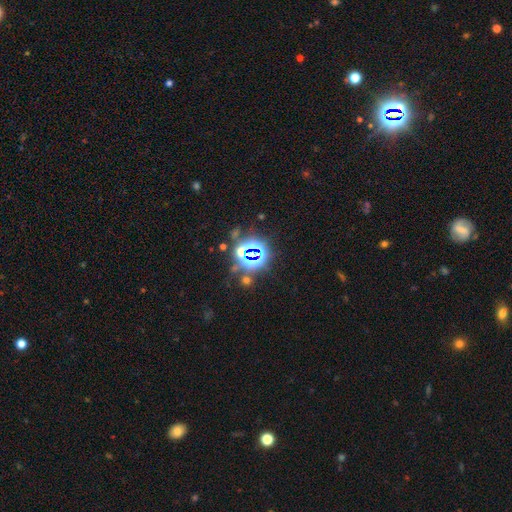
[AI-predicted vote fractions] Overall: star or artifact (75%).